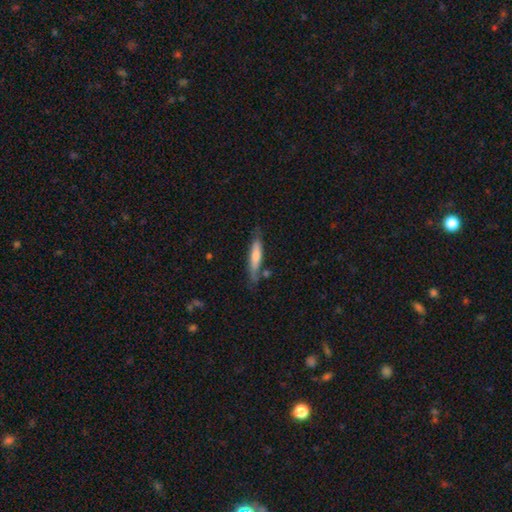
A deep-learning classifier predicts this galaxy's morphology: Q: Smooth or featured?
A: smooth (55%); runner-up: featured or disk (39%)
Q: How rounded?
A: cigar-shaped (86%); runner-up: in between (13%)
Q: Merging?
A: none (72%); runner-up: minor disturbance (19%)